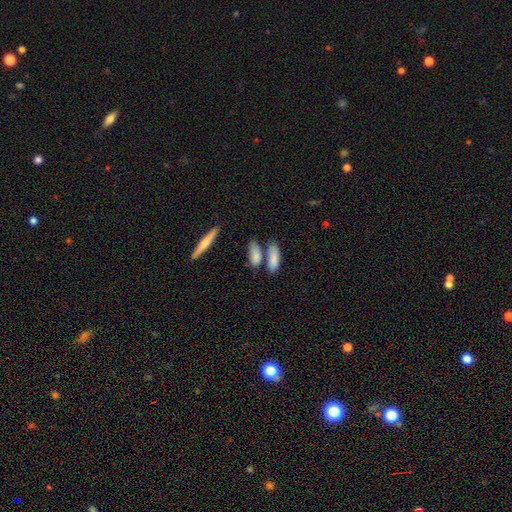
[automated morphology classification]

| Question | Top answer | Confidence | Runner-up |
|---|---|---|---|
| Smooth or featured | smooth | 79% | featured or disk (14%) |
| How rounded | in between | 66% | cigar-shaped (31%) |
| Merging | none | 57% | merger (24%) |